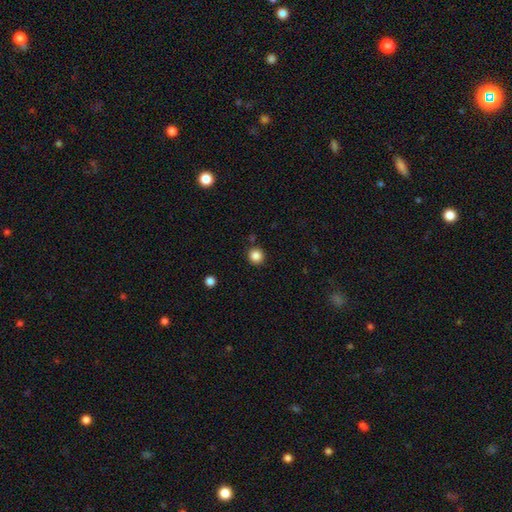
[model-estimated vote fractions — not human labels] This is clearly a smooth galaxy (85%). How rounded: clearly round (94%). Merging: clearly none (89%).